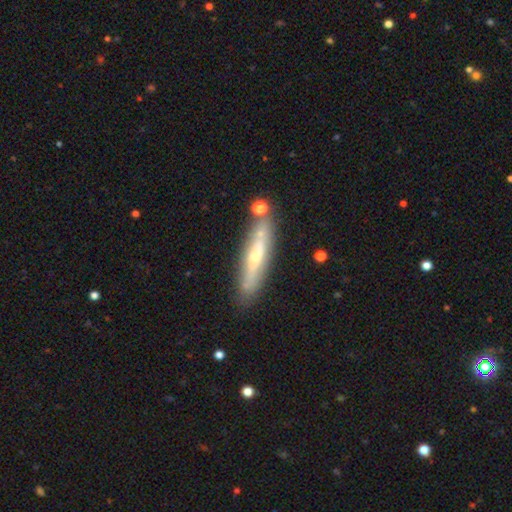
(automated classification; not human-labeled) Smooth or featured: featured or disk — 59% (smooth — 34%)
Edge-on disk: yes — 77% (no — 23%)
Merging: none — 79% (minor disturbance — 12%)